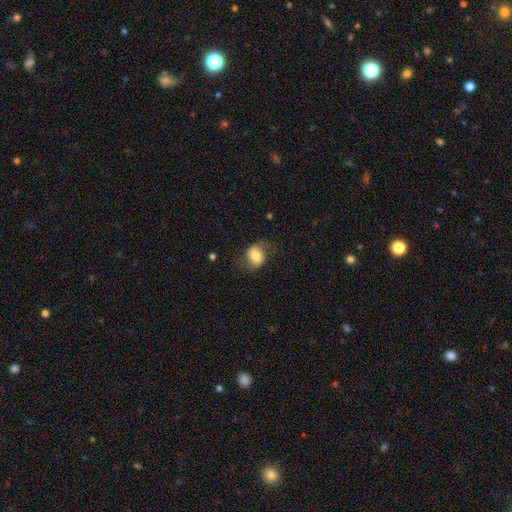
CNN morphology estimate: Smooth or featured? smooth (61%)
How rounded? in between (58%)
Merging? none (64%)